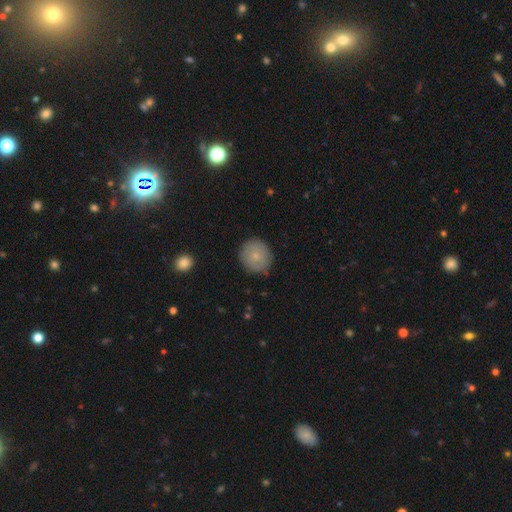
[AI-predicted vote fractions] A smooth galaxy with no disk features (78%) that is round (88%). Merging: none (85%).